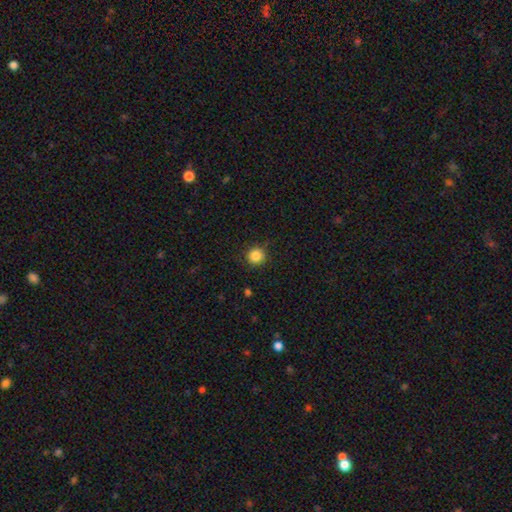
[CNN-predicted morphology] A smooth galaxy with no disk features (85%) that is round (94%). Merging: none (89%).